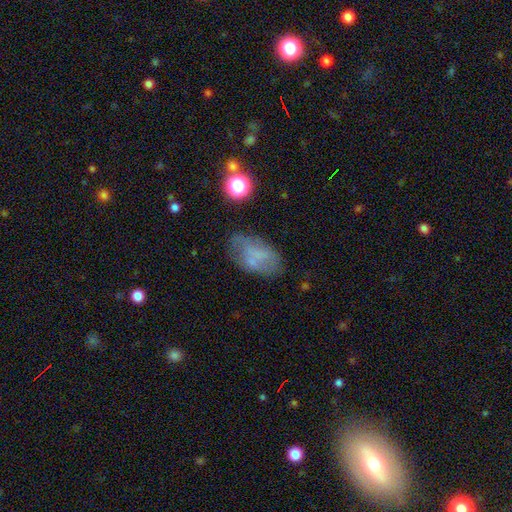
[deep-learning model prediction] Smooth or featured? Predicted: smooth (p=0.52). How rounded? Predicted: in between (p=0.91). Merging? Predicted: none (p=0.56).